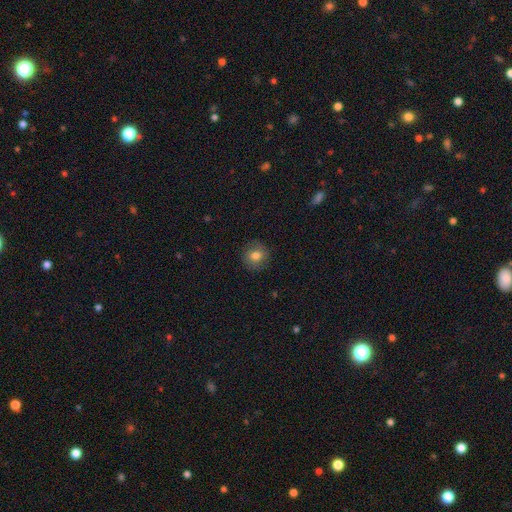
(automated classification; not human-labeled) smooth_or_featured: smooth (p=0.77) [alt: featured or disk p=0.13]
how_rounded: round (p=0.89) [alt: in between p=0.10]
merging: none (p=0.87) [alt: minor disturbance p=0.10]